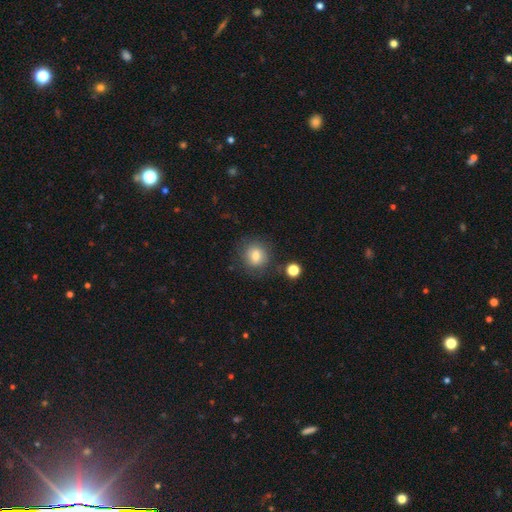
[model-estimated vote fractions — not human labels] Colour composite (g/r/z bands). It shows a smooth galaxy with no disk features (77%) that is round (81%). Merging: none (79%).